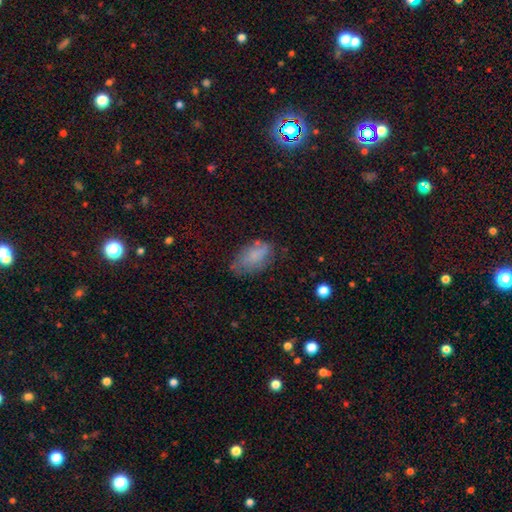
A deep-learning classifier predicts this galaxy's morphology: Smooth or featured?
  - smooth: 74% *
  - featured or disk: 16%
  - star or artifact: 10%
How rounded?
  - in between: 92% *
  - round: 4%
  - cigar-shaped: 4%
Merging?
  - none: 58% *
  - minor disturbance: 29%
  - major disturbance: 11%
  - merger: 3%